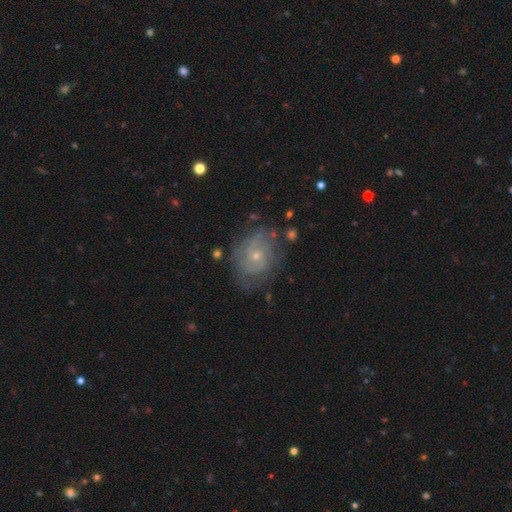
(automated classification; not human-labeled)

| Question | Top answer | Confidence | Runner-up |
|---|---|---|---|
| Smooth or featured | featured or disk | 76% | smooth (16%) |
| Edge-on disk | no | 97% | yes (3%) |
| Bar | no | 73% | weak (24%) |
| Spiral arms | yes | 87% | no (13%) |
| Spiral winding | tight | 53% | medium (35%) |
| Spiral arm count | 2 | 40% | can't tell (35%) |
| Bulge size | small | 68% | moderate (28%) |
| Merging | none | 68% | minor disturbance (20%) |